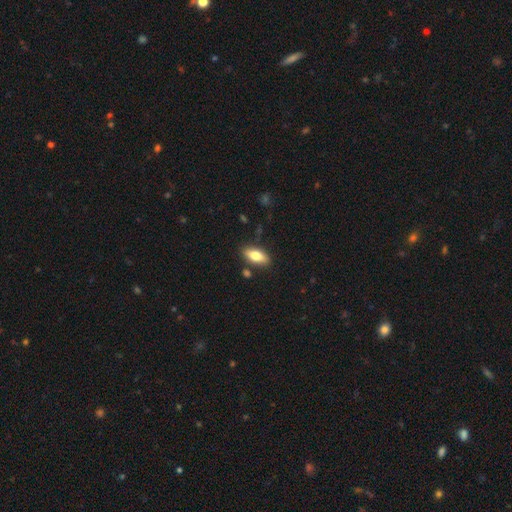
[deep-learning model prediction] Smooth or featured? Predicted: smooth (p=0.73). How rounded? Predicted: in between (p=0.83). Merging? Predicted: none (p=0.83).